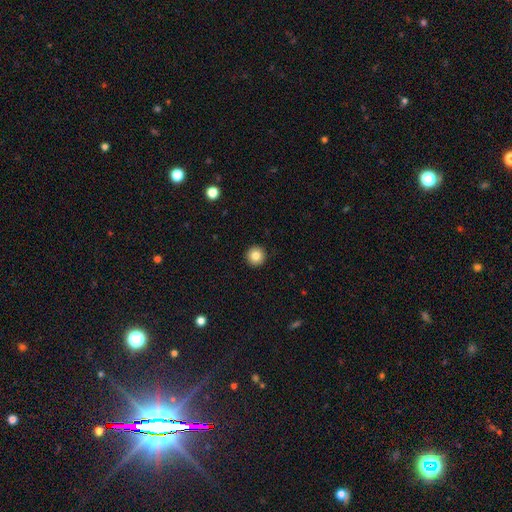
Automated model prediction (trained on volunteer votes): Smooth or featured: smooth — 83% (star or artifact — 10%)
How rounded: round — 96% (in between — 3%)
Merging: none — 93% (minor disturbance — 4%)